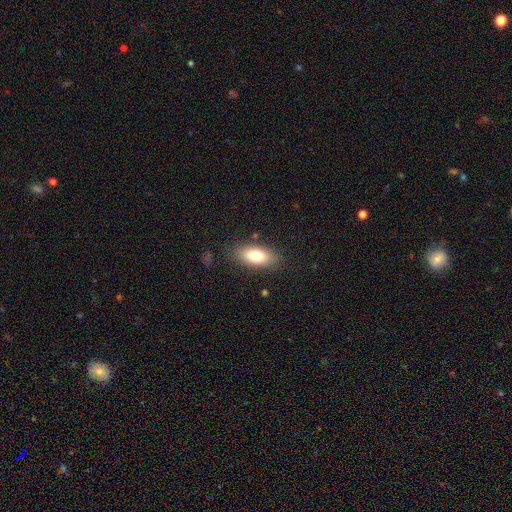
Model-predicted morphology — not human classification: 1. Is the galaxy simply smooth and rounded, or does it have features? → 77% smooth, 16% featured or disk, 8% star or artifact.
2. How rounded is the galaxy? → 84% in between, 12% cigar-shaped, 4% round.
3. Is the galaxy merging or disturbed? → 83% none, 12% minor disturbance, 4% major disturbance, 1% merger.